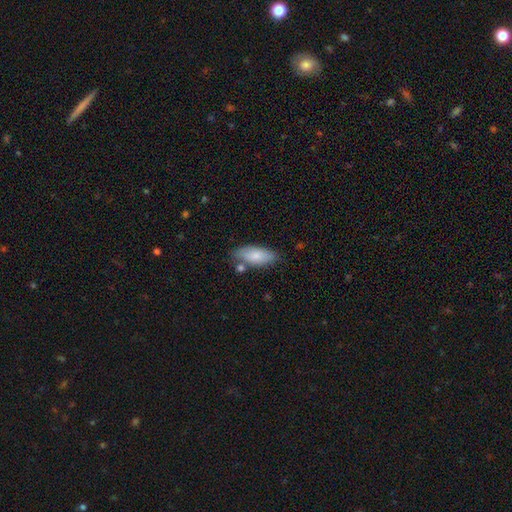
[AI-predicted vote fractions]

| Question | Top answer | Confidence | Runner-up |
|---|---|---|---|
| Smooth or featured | smooth | 81% | featured or disk (13%) |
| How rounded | in between | 83% | cigar-shaped (15%) |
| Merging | none | 70% | minor disturbance (18%) |